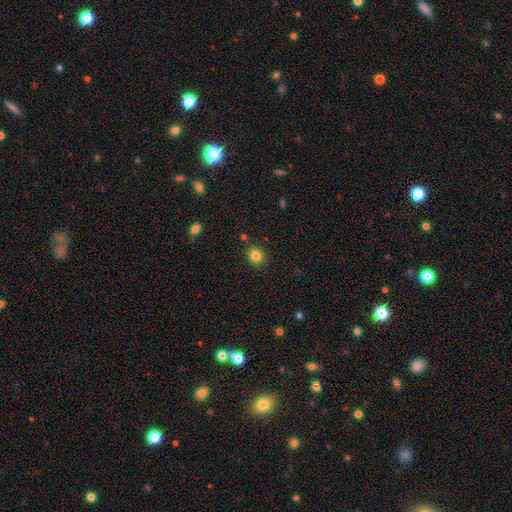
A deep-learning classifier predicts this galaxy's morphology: Smooth or featured: smooth — 83% (star or artifact — 11%)
How rounded: round — 71% (in between — 28%)
Merging: none — 88% (minor disturbance — 8%)